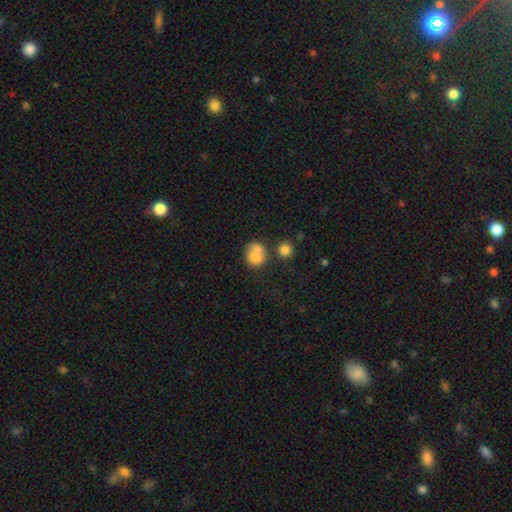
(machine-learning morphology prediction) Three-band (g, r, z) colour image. It shows a smooth galaxy with no disk features (71%) that is round (62%). Merging: merger (51%).